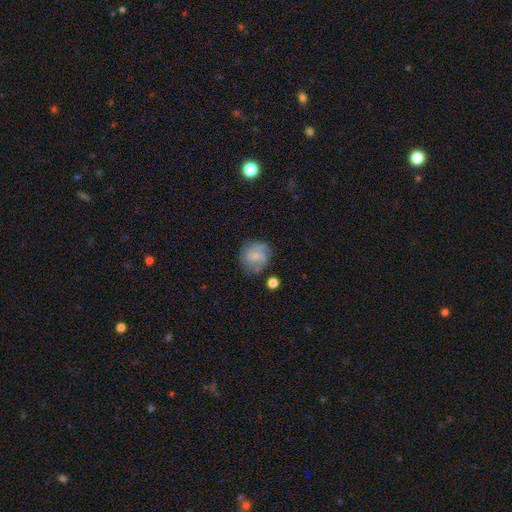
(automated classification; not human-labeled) A featured or disk galaxy (60%) with no bar (66%), spiral arms (85%) and a small central bulge (53%).

Vote fractions:
- Smooth or featured? featured or disk: 60% / smooth: 32% / star or artifact: 9%
- Edge-on disk? no: 98% / yes: 2%
- Bar? no: 66% / weak: 30% / strong: 4%
- Spiral arms? yes: 85% / no: 15%
- Bulge size? small: 53% / moderate: 22% / none: 21% / large: 2% / dominant: 1%
- Merging? none: 66% / minor disturbance: 20% / major disturbance: 10% / merger: 4%